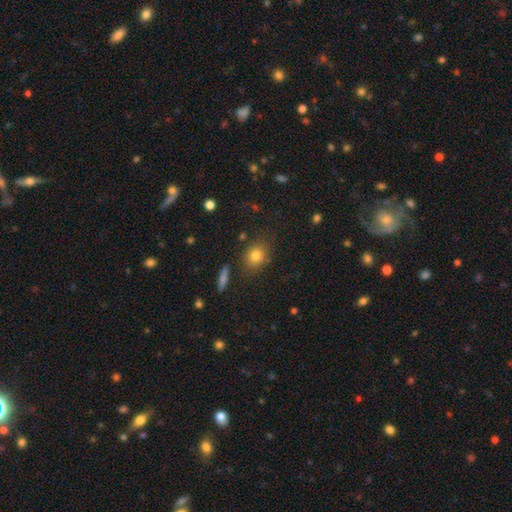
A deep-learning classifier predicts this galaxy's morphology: A smooth galaxy with no disk features (79%) that is round (58%).

Vote fractions:
- Smooth or featured? smooth: 79% / star or artifact: 12% / featured or disk: 8%
- How rounded? round: 58% / in between: 40% / cigar-shaped: 2%
- Merging? none: 80% / minor disturbance: 13% / major disturbance: 4% / merger: 4%